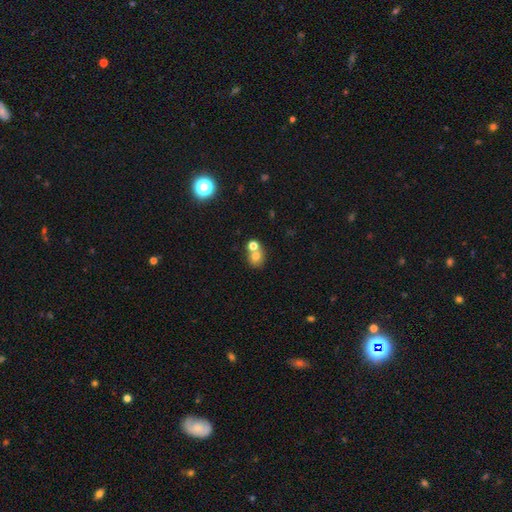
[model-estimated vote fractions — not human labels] smooth 72%, featured or disk 15%, star or artifact 13%. Down the decision tree: how rounded — round (69%); merging — merger (48%).